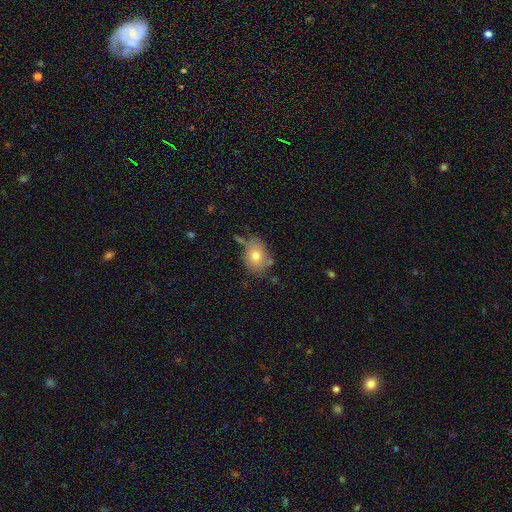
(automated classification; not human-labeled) smooth-or-featured: smooth: 73% | featured or disk: 18% | star or artifact: 10%
  how-rounded: in between: 61% | round: 38% | cigar-shaped: 1%
  merging: none: 65% | minor disturbance: 20% | merger: 10% | major disturbance: 5%